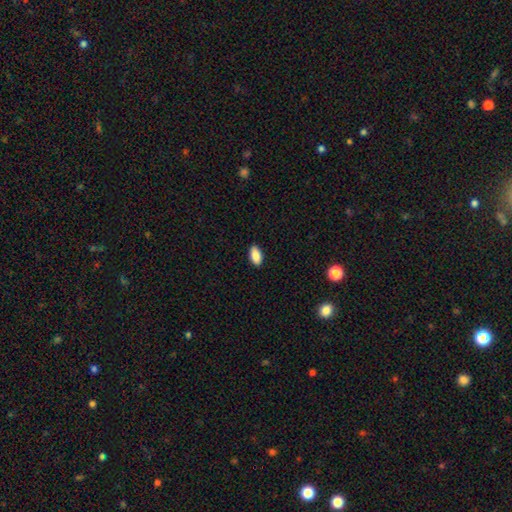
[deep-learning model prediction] Smooth or featured: smooth — 88% (star or artifact — 7%)
How rounded: in between — 92% (cigar-shaped — 5%)
Merging: none — 90% (minor disturbance — 8%)